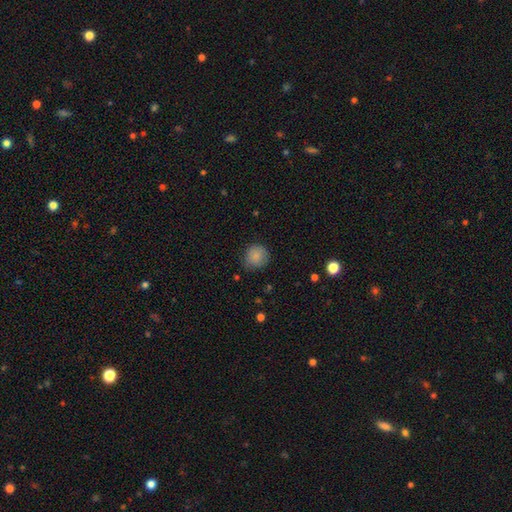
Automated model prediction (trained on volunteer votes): Overall: smooth (86%). How rounded: round (88%). Merging: none (78%).